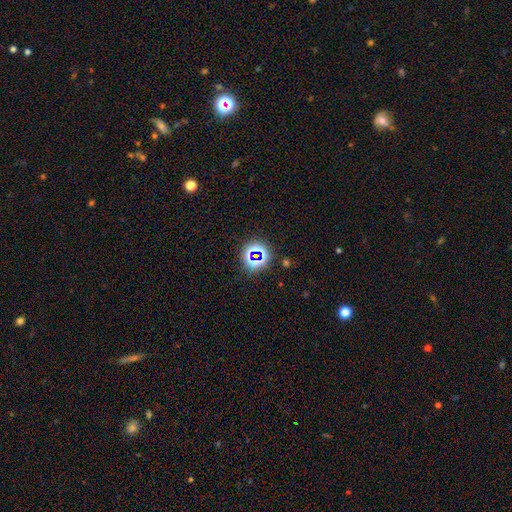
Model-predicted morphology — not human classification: Overall: star or artifact (68%).